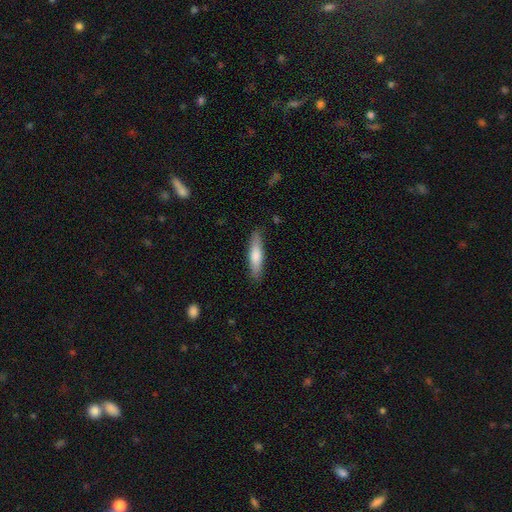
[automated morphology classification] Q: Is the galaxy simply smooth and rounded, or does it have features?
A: smooth — 71%.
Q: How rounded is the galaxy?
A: cigar-shaped — 74%.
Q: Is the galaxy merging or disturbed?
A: none — 86%.